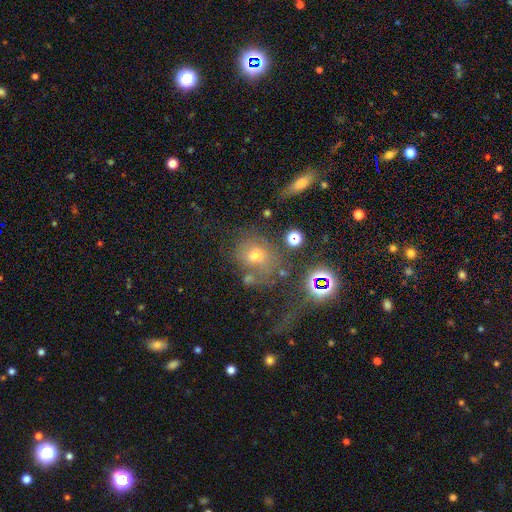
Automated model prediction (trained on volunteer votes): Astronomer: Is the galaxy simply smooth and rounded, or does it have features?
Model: smooth — 56%.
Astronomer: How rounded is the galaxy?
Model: round — 67%.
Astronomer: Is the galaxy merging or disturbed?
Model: none — 55%.